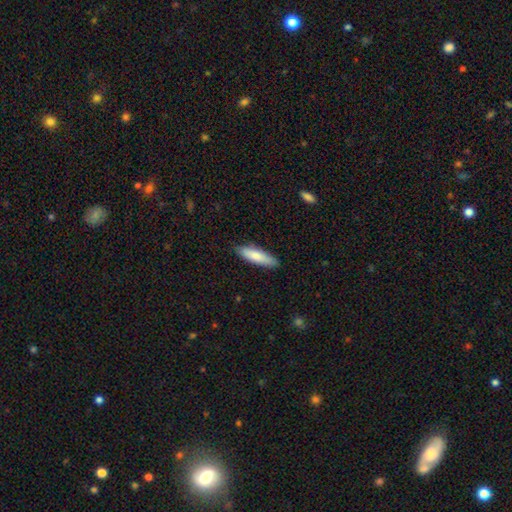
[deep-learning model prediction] Smooth or featured: smooth — 79% (featured or disk — 16%)
How rounded: cigar-shaped — 62% (in between — 37%)
Merging: none — 86% (minor disturbance — 11%)